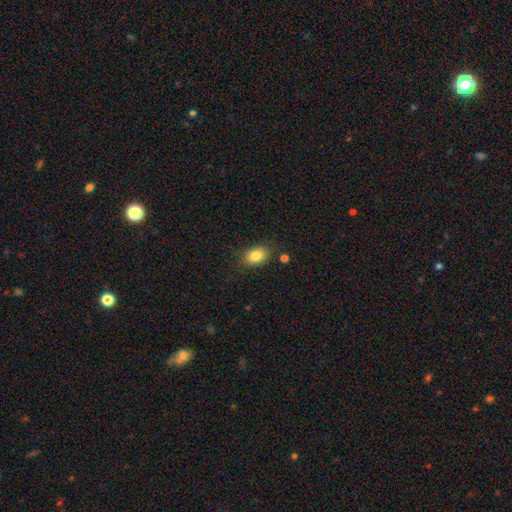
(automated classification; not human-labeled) Smooth or featured: smooth — 84% (star or artifact — 9%)
How rounded: in between — 80% (round — 19%)
Merging: none — 81% (minor disturbance — 13%)